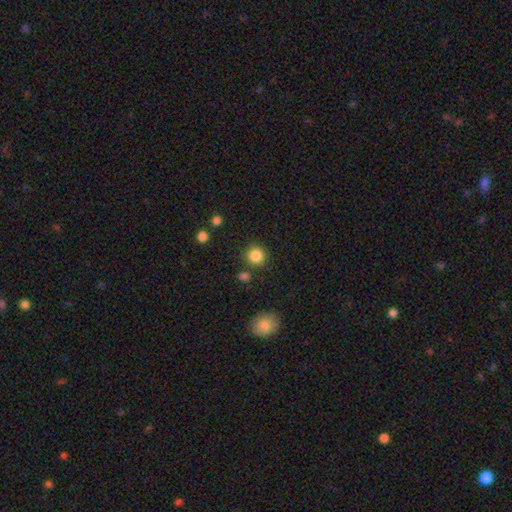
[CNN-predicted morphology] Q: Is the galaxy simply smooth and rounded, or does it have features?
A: smooth — 86%.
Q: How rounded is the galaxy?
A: round — 92%.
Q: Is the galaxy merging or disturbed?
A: none — 84%.